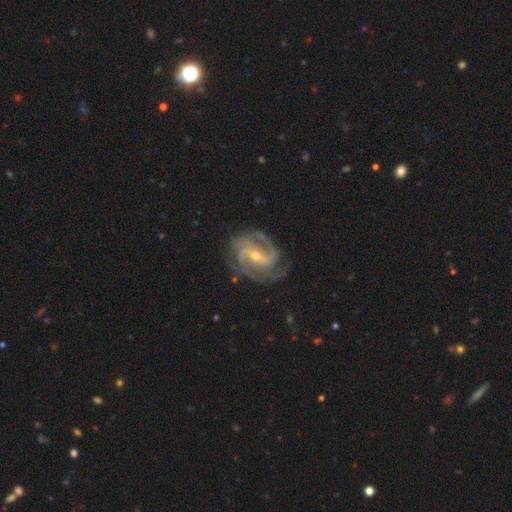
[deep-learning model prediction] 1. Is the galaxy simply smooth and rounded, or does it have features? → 91% featured or disk, 5% star or artifact, 4% smooth.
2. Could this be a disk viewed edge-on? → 97% no, 3% yes.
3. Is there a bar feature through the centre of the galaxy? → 46% strong, 37% weak, 17% no.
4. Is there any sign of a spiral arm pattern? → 98% yes, 2% no.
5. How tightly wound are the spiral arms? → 49% medium, 38% tight, 13% loose.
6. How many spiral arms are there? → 55% 2, 24% 3, 9% can't tell, 5% 4, 4% 1, 3% more than 4.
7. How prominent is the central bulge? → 55% small, 42% moderate, 1% large, 1% none, 1% dominant.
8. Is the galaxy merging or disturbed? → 72% none, 18% minor disturbance, 8% major disturbance, 1% merger.